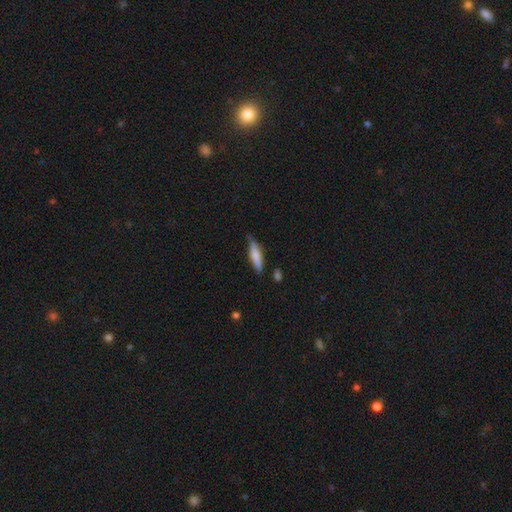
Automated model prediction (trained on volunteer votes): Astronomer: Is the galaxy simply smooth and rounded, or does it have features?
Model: smooth — 72%.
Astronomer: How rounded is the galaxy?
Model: cigar-shaped — 73%.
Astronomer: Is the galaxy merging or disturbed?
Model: none — 74%.